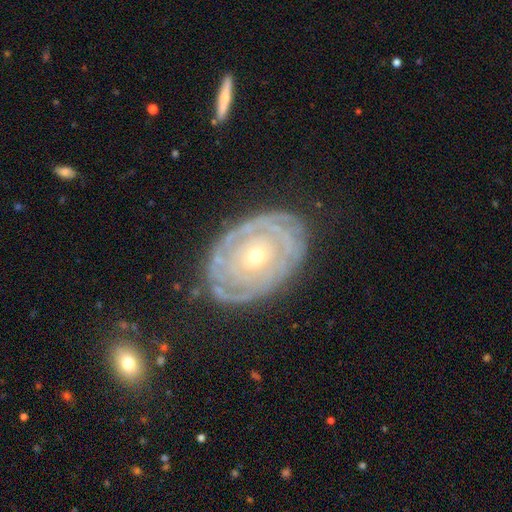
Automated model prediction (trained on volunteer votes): This is clearly a featured or disk galaxy (81%). It is clearly not viewed edge-on (95%). Bar: clearly no (85%). Spiral arm pattern: clearly yes (80%). Spiral arm count: possibly can't tell (49%). Spiral winding: clearly tight (84%). Central bulge: likely small (67%). Merging: likely none (78%).